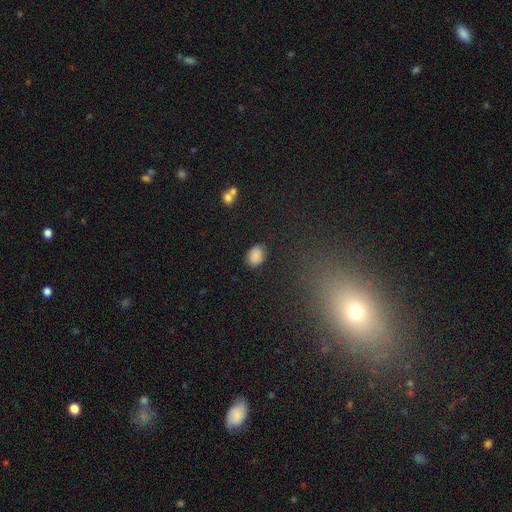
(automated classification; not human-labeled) Q: Smooth or featured?
A: smooth (86%); runner-up: star or artifact (9%)
Q: How rounded?
A: in between (75%); runner-up: round (23%)
Q: Merging?
A: none (83%); runner-up: minor disturbance (12%)